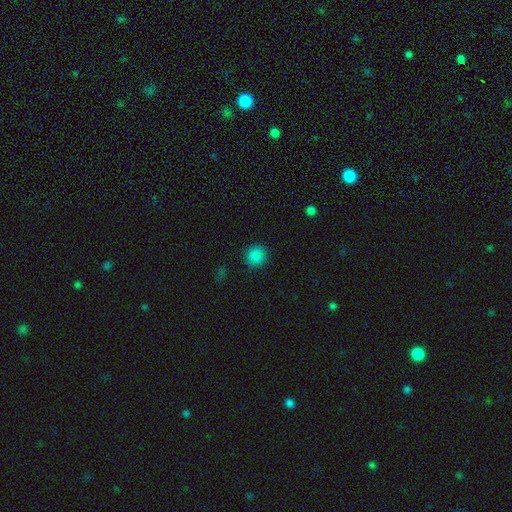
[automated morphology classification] This appears to be a smooth galaxy with no disk features (83%) that is round (90%). Merging: none (85%).